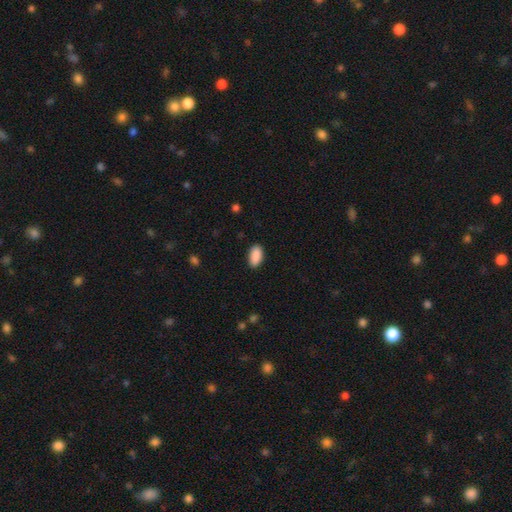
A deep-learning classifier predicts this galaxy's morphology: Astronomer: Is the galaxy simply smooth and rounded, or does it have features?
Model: smooth — 91%.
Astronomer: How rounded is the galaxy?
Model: in between — 93%.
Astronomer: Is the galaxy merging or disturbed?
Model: none — 88%.